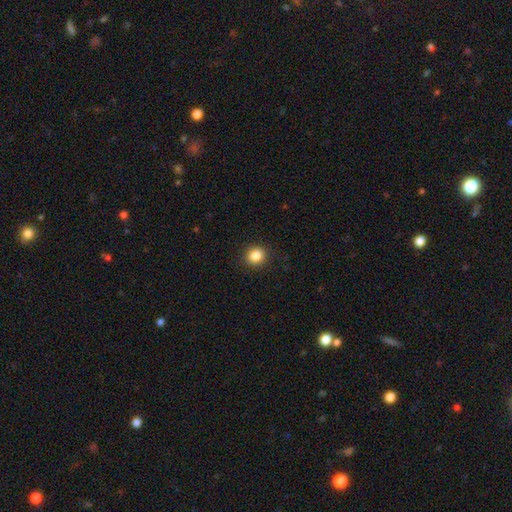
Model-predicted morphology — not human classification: Q: Smooth or featured?
A: smooth (85%); runner-up: star or artifact (10%)
Q: How rounded?
A: round (83%); runner-up: in between (16%)
Q: Merging?
A: none (91%); runner-up: minor disturbance (6%)